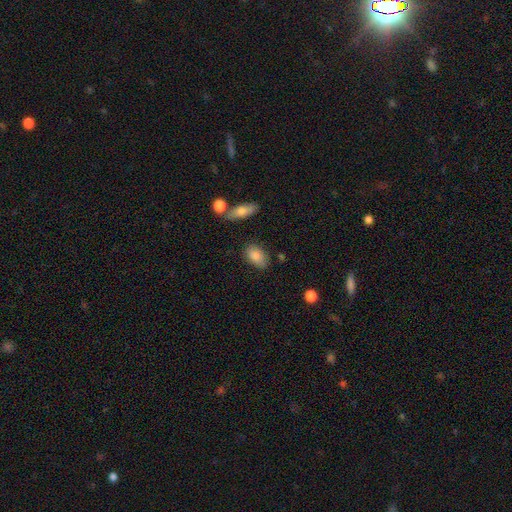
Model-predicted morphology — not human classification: This is clearly a smooth galaxy (86%). How rounded: clearly in between (90%). Merging: likely none (75%).